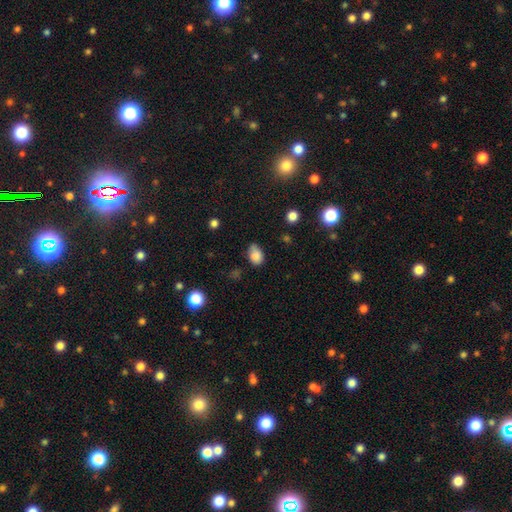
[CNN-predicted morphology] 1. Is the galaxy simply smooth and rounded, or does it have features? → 81% smooth, 11% star or artifact, 8% featured or disk.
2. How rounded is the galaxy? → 79% in between, 20% round, 1% cigar-shaped.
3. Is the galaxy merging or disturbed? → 48% none, 38% minor disturbance, 10% major disturbance, 5% merger.